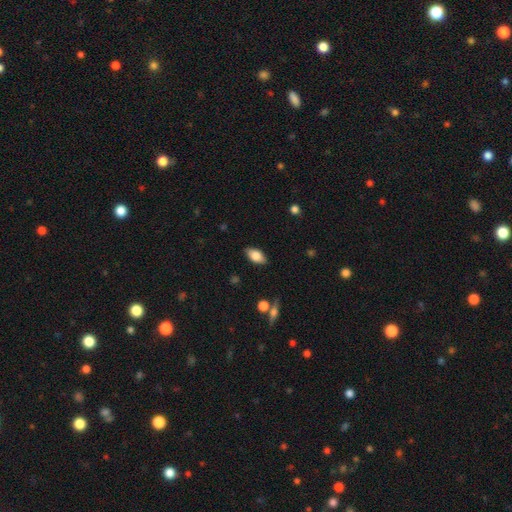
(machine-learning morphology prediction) Smooth or featured: smooth — 78% (featured or disk — 15%)
How rounded: in between — 91% (cigar-shaped — 5%)
Merging: none — 86% (minor disturbance — 10%)